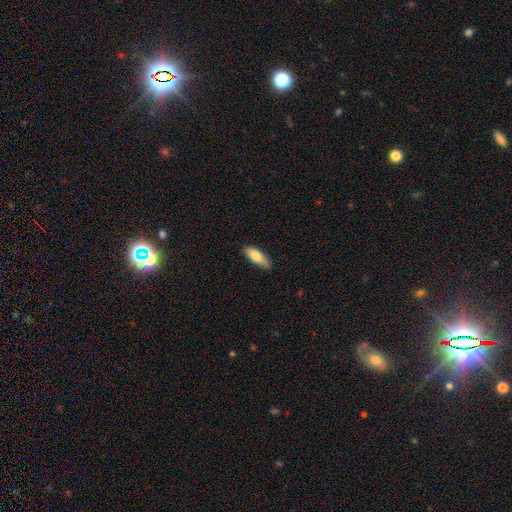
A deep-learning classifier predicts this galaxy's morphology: Smooth or featured: smooth — 80% (featured or disk — 14%)
How rounded: in between — 63% (cigar-shaped — 35%)
Merging: none — 81% (minor disturbance — 16%)